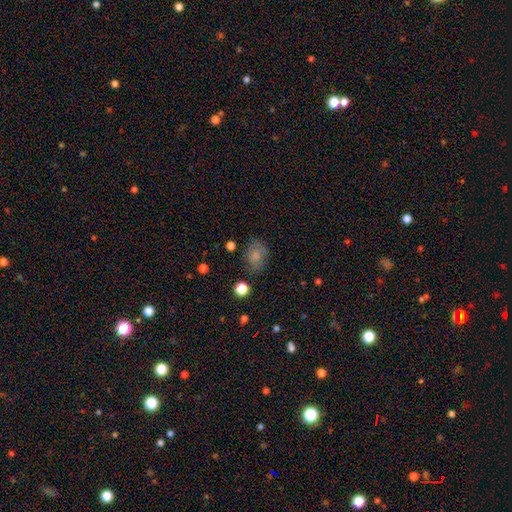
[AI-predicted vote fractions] smooth_or_featured: smooth (p=0.78) [alt: star or artifact p=0.11]
how_rounded: in between (p=0.61) [alt: round p=0.38]
merging: none (p=0.75) [alt: minor disturbance p=0.18]